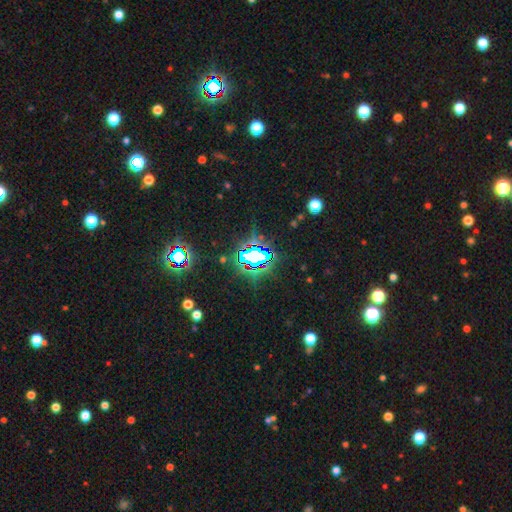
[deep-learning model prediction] Smooth or featured? Predicted: star or artifact (p=0.76).